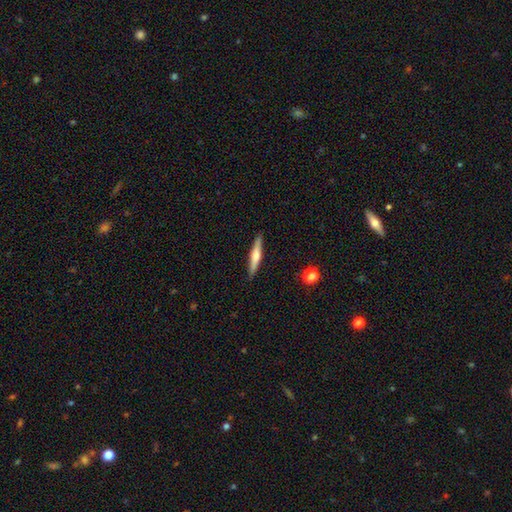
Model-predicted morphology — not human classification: smooth_or_featured: featured or disk (p=0.50) [alt: smooth p=0.43]
disk_edge_on: yes (p=0.96) [alt: no p=0.04]
merging: none (p=0.89) [alt: minor disturbance p=0.08]